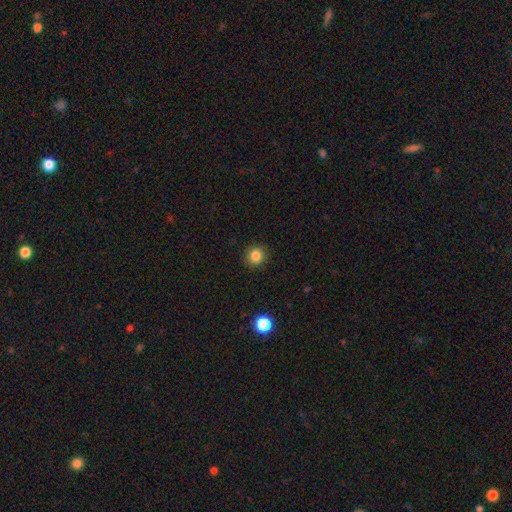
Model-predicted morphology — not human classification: The model was most divided on "smooth or featured": smooth: 84%, star or artifact: 11%, featured or disk: 4%. More confident: merging — none (90%); how rounded — round (88%).